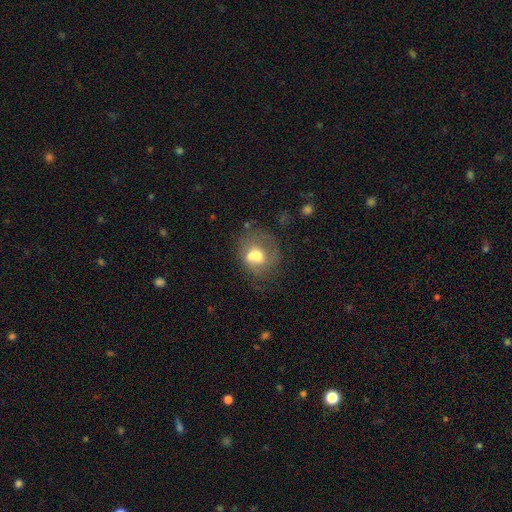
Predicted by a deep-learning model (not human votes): smooth 54%, featured or disk 37%, star or artifact 10%. Down the decision tree: how rounded — round (66%); merging — merger (41%).